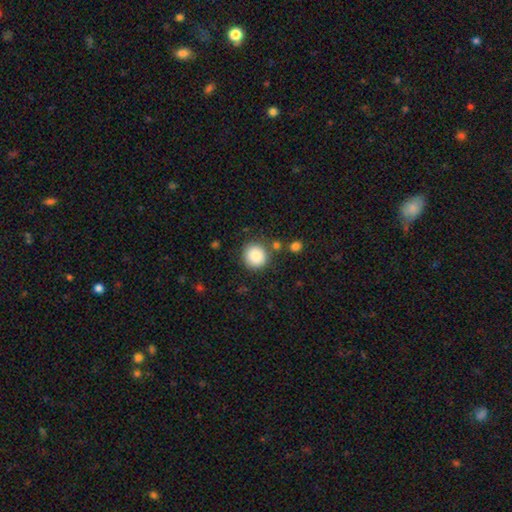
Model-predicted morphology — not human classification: Overall: smooth (87%). How rounded: round (92%). Merging: none (84%).